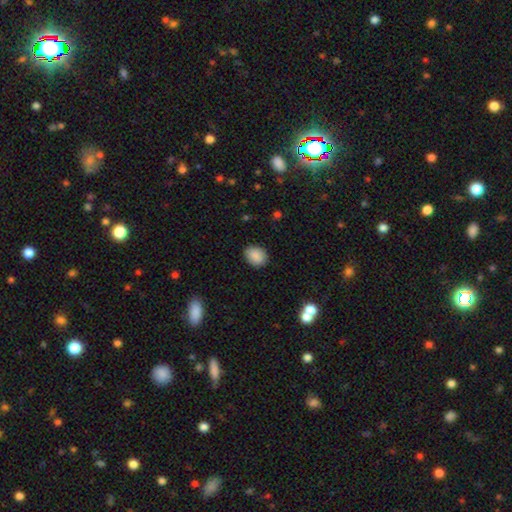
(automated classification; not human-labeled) Overall: smooth (88%). How rounded: in between (62%; round 37%). Merging: none (86%).